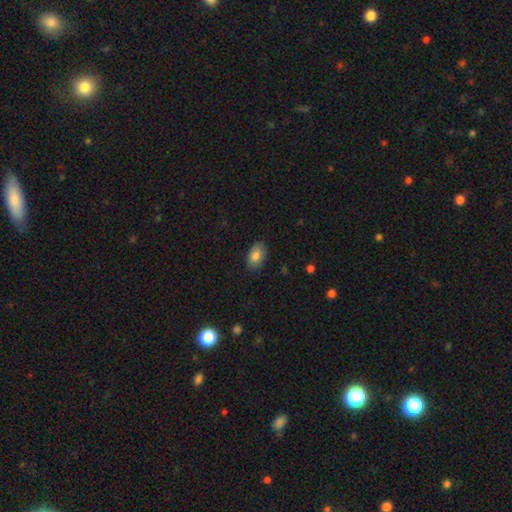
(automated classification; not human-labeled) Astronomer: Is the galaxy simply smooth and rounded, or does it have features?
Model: smooth — 83%.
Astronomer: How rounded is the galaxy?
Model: in between — 90%.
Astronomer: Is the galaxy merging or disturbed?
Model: none — 84%.